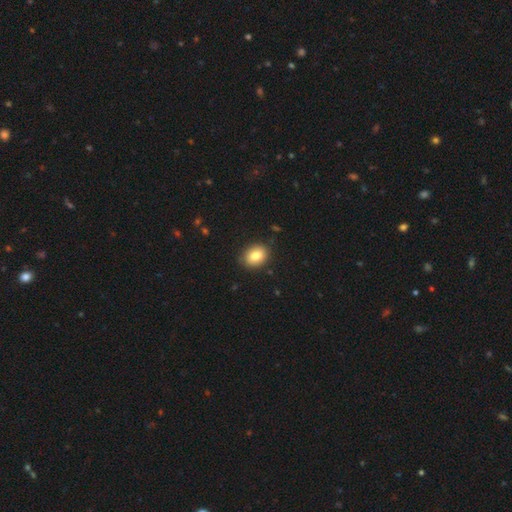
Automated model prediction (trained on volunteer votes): Morphology: type=smooth (82%); roundness=in between (61%); merging=none (87%).